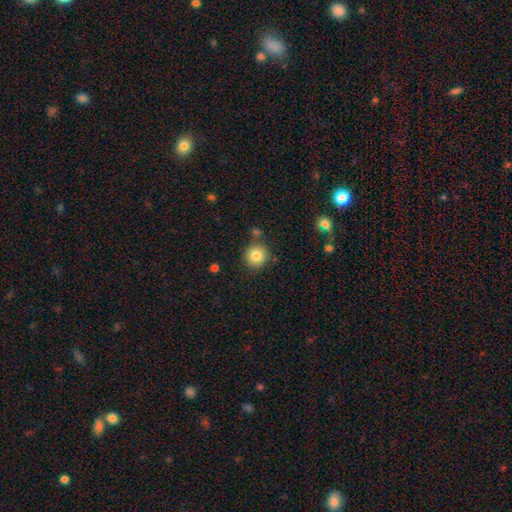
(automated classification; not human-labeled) The model was most divided on "merging": none: 80%, minor disturbance: 11%, merger: 7%, major disturbance: 3%. More confident: how rounded — round (89%); smooth or featured — smooth (82%).